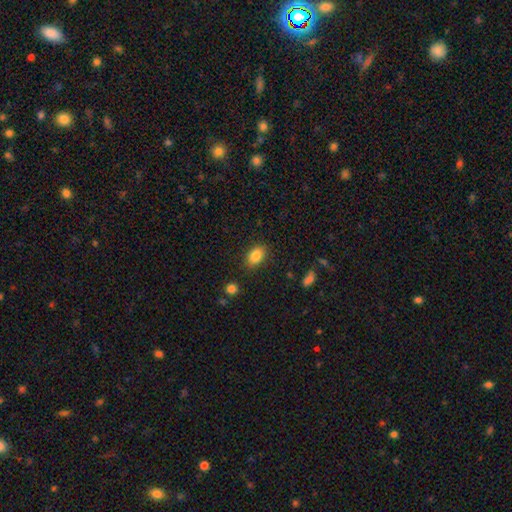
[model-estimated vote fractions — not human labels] Morphology: type=smooth (85%); roundness=in between (86%); merging=none (85%).